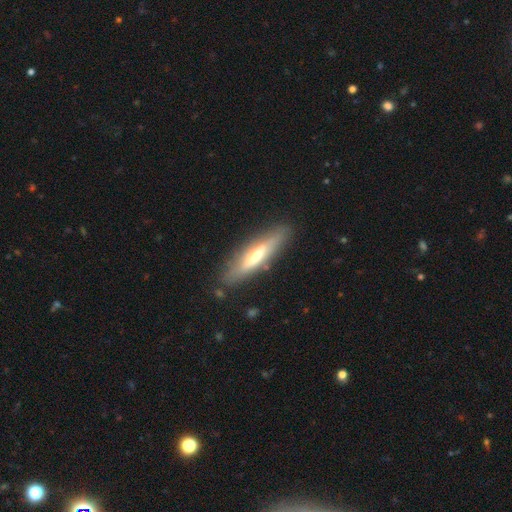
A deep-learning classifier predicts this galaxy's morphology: Smooth or featured? Predicted: featured or disk (p=0.50). Merging? Predicted: none (p=0.83).